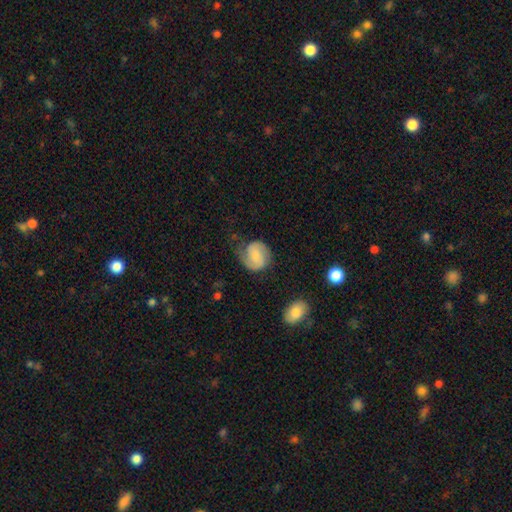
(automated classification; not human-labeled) smooth-or-featured: featured or disk: 55% | smooth: 38% | star or artifact: 7%
  disk-edge-on: no: 98% | yes: 2%
    bar: no: 50% | weak: 41% | strong: 9%
    has-spiral-arms: yes: 90% | no: 10%
    bulge-size: small: 48% | moderate: 27% | none: 19% | large: 5% | dominant: 2%
  merging: none: 56% | minor disturbance: 26% | major disturbance: 16% | merger: 2%